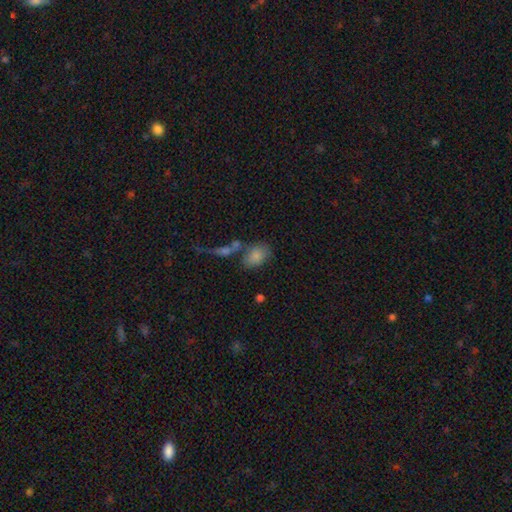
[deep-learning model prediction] This appears to be a smooth galaxy with no disk features (82%) that is in between round and cigar-shaped (80%). Merging: none (51%).